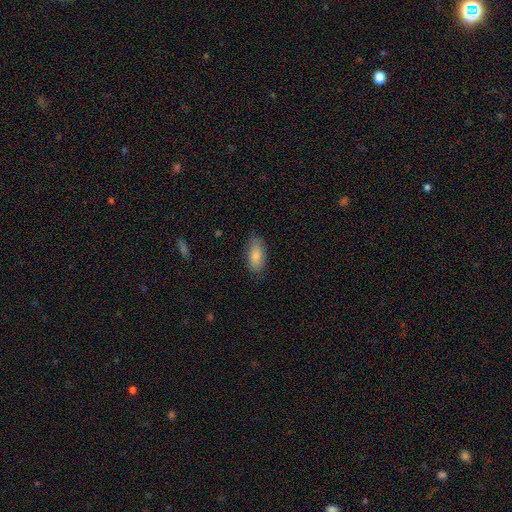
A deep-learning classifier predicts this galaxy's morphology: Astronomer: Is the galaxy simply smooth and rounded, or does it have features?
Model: smooth — 84%.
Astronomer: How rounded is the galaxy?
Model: in between — 90%.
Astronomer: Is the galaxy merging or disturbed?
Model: none — 79%.